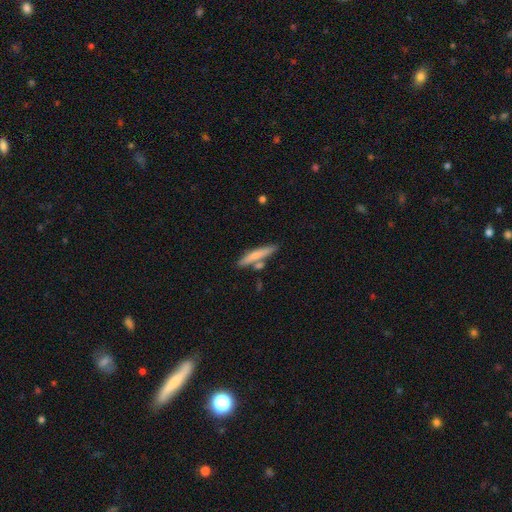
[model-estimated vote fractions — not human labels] Morphology: type=smooth (69%); roundness=cigar-shaped (89%); merging=none (70%).